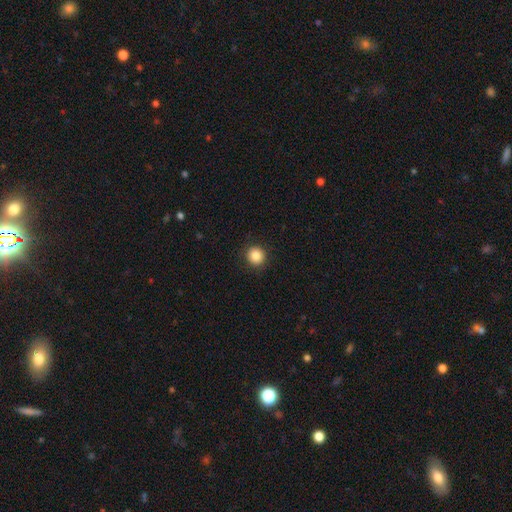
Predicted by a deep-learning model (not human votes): Smooth or featured? smooth (86%)
How rounded? round (93%)
Merging? none (92%)